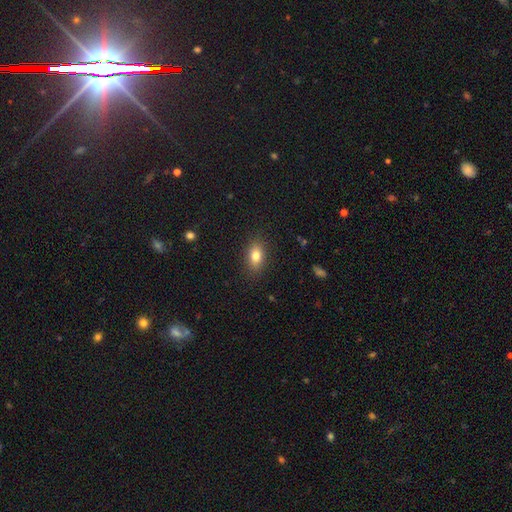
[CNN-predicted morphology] Overall: smooth (79%). How rounded: in between (80%). Merging: none (87%).